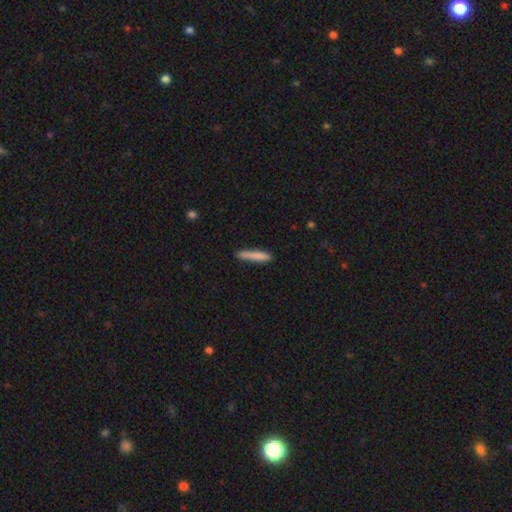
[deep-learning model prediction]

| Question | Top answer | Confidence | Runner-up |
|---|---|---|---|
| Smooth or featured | smooth | 83% | featured or disk (11%) |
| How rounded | cigar-shaped | 92% | in between (7%) |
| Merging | none | 83% | minor disturbance (13%) |